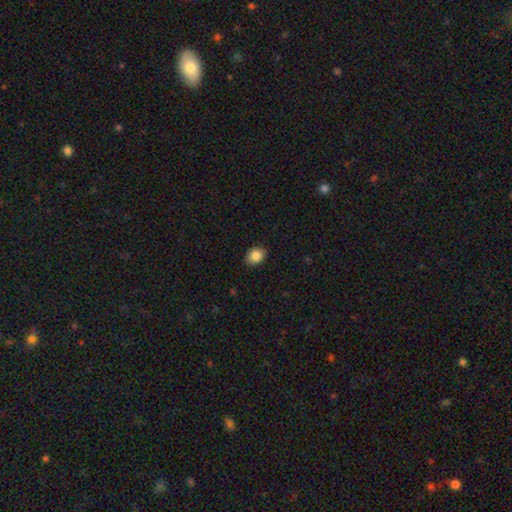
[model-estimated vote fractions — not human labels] Smooth or featured? smooth (86%)
How rounded? in between (59%)
Merging? none (87%)